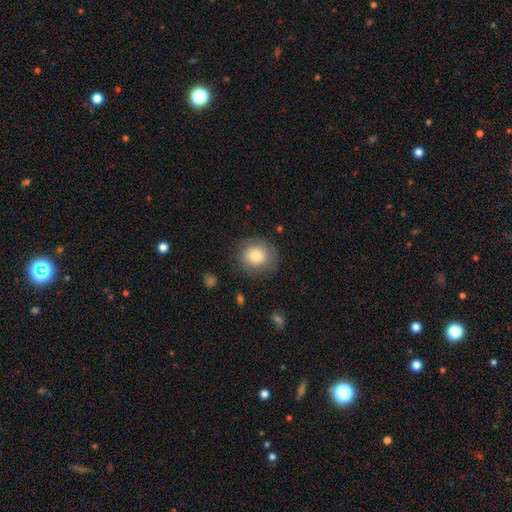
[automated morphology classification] Smooth or featured? smooth (76%)
How rounded? round (83%)
Merging? none (80%)